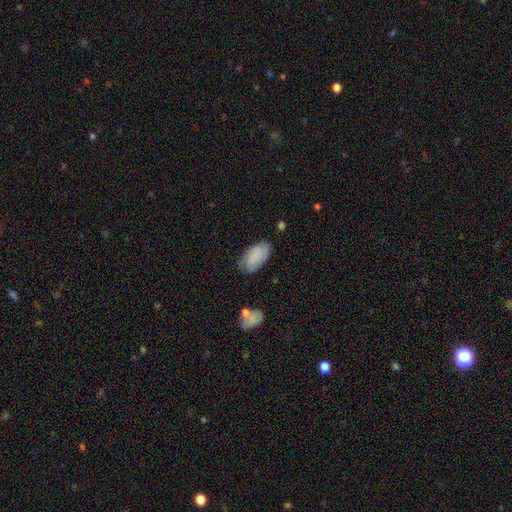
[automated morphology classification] type=smooth (78%); roundness=in between (94%); merging=none (70%).